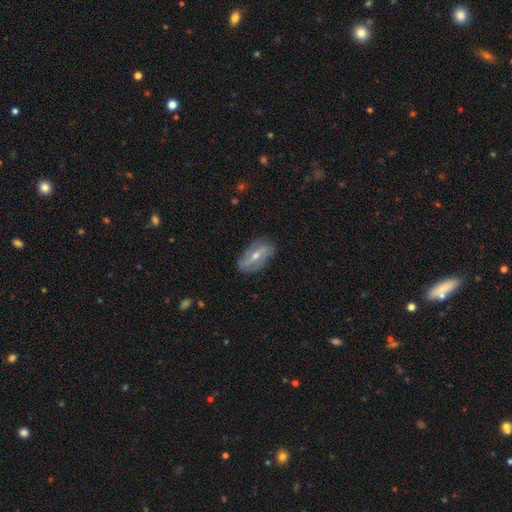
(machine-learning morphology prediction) Overall: featured or disk (68%). Edge-on disk: no (84%). Bar: strong (41%; weak 36%). Spiral arms: yes (67%; no 33%). Bulge size: moderate (57%; small 39%). Merging: none (80%).